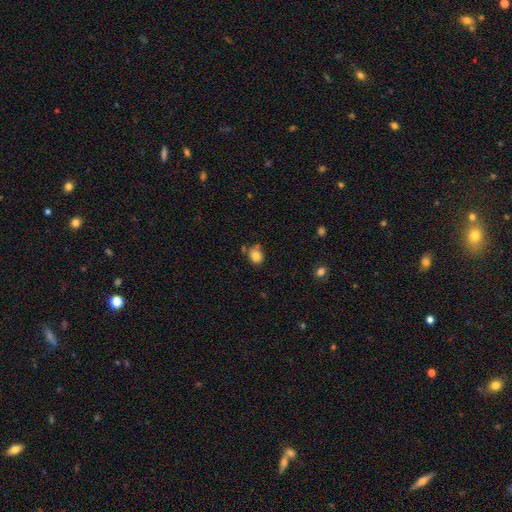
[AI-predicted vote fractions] The model was most divided on "how rounded": round: 58%, in between: 41%, cigar-shaped: 1%. More confident: smooth or featured — smooth (83%); merging — none (64%).